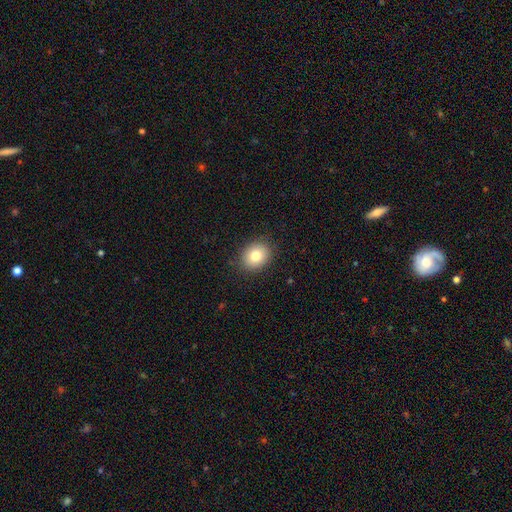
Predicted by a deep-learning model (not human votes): Smooth or featured? Predicted: smooth (p=0.81). How rounded? Predicted: round (p=0.51). Merging? Predicted: none (p=0.88).